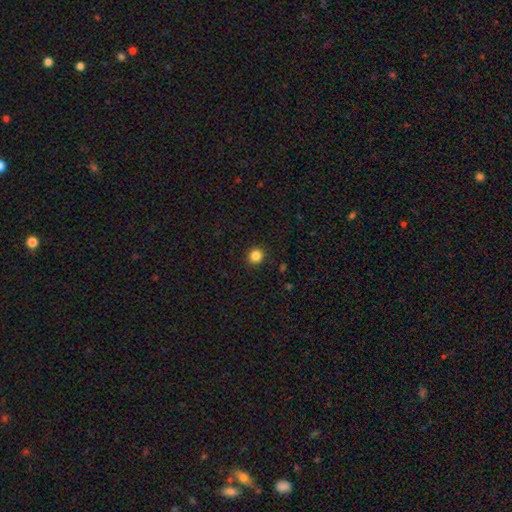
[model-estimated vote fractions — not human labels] smooth-or-featured: smooth: 85% | star or artifact: 12% | featured or disk: 4%
  how-rounded: round: 93% | in between: 6% | cigar-shaped: 1%
  merging: none: 92% | minor disturbance: 5% | major disturbance: 2% | merger: 1%